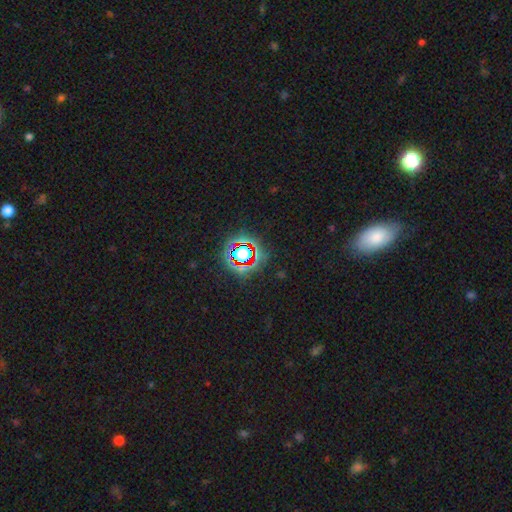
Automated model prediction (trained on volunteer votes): smooth_or_featured: star or artifact (p=0.72) [alt: smooth p=0.18]